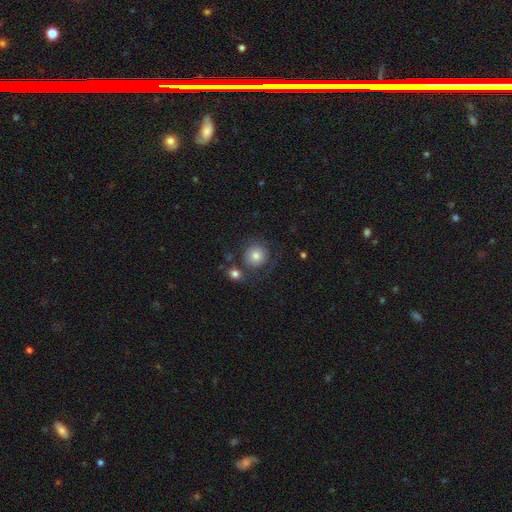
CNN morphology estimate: This is likely a smooth galaxy (74%). How rounded: clearly round (90%). Merging: likely none (62%).